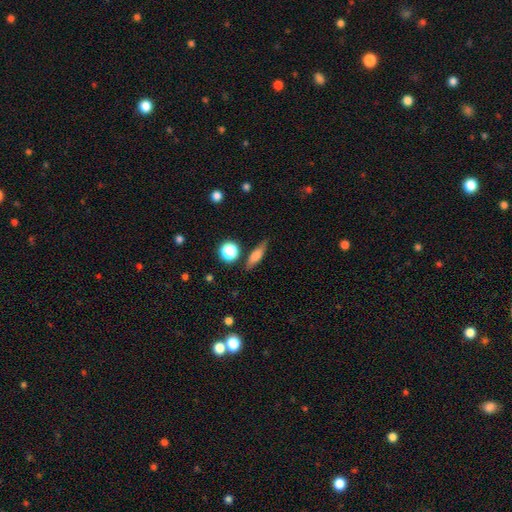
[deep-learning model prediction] Q: Smooth or featured?
A: smooth (63%); runner-up: featured or disk (28%)
Q: How rounded?
A: cigar-shaped (61%); runner-up: in between (30%)
Q: Merging?
A: none (81%); runner-up: minor disturbance (12%)